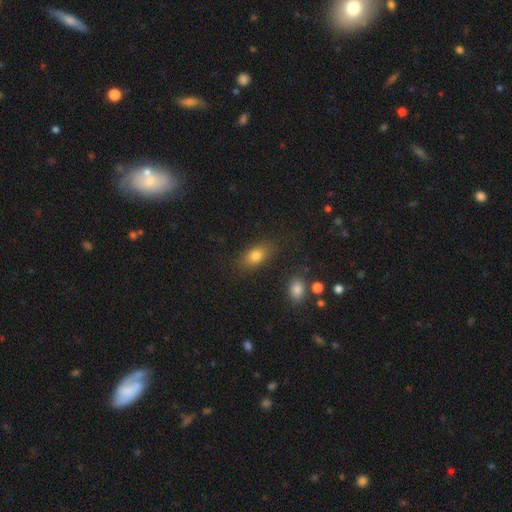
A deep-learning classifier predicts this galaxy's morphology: Smooth or featured: smooth — 79% (featured or disk — 11%)
How rounded: in between — 82% (round — 12%)
Merging: none — 81% (minor disturbance — 12%)